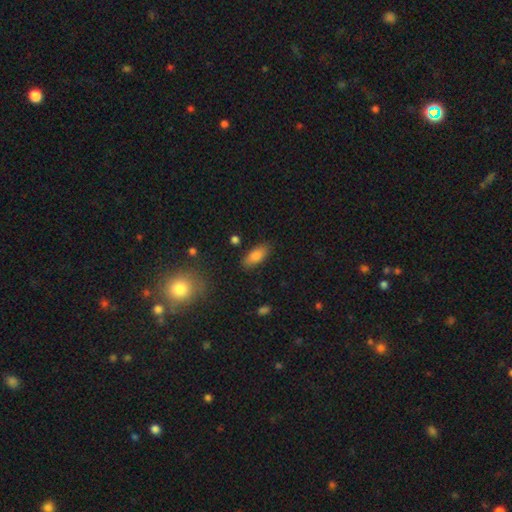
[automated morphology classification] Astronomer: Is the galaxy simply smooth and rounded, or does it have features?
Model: smooth — 82%.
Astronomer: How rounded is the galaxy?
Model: in between — 85%.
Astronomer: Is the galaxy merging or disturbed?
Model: none — 83%.